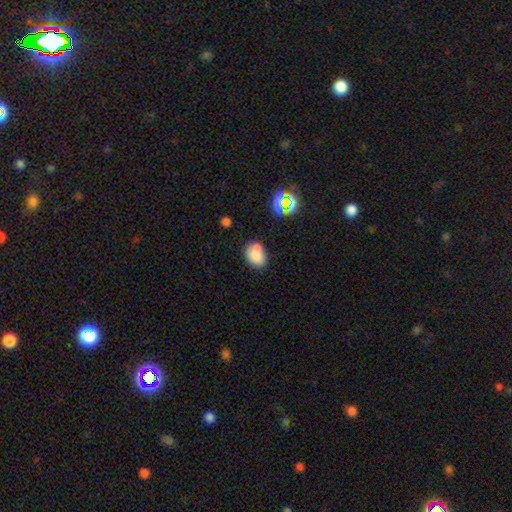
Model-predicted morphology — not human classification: Smooth or featured: smooth — 80% (star or artifact — 12%)
How rounded: in between — 67% (round — 32%)
Merging: none — 62% (minor disturbance — 21%)